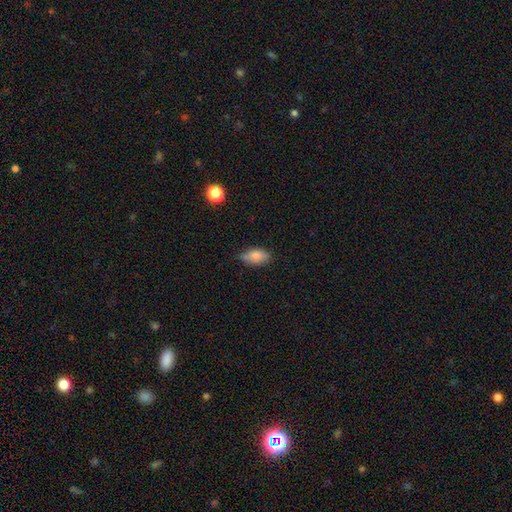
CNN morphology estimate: Smooth or featured? Predicted: smooth (p=0.82). How rounded? Predicted: in between (p=0.89). Merging? Predicted: none (p=0.61).